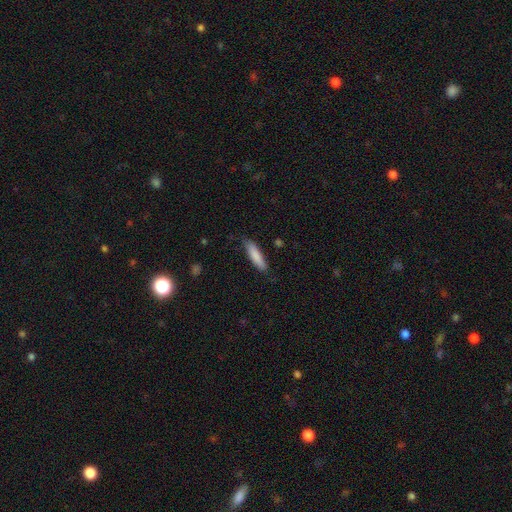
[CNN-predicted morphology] type=smooth (84%); roundness=cigar-shaped (76%); merging=none (82%).